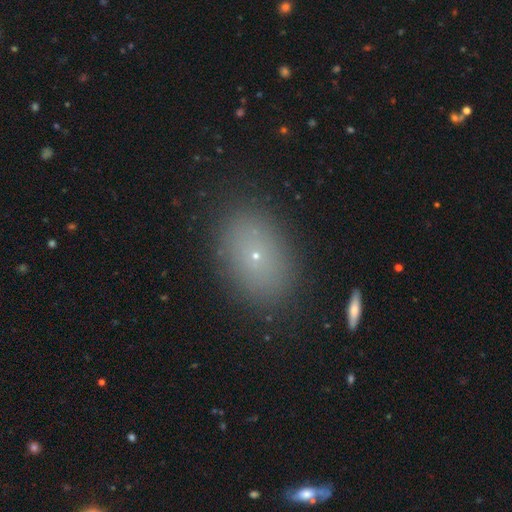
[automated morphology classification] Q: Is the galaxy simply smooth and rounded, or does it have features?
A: smooth — 67%.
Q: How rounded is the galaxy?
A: in between — 79%.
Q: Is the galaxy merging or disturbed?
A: none — 87%.